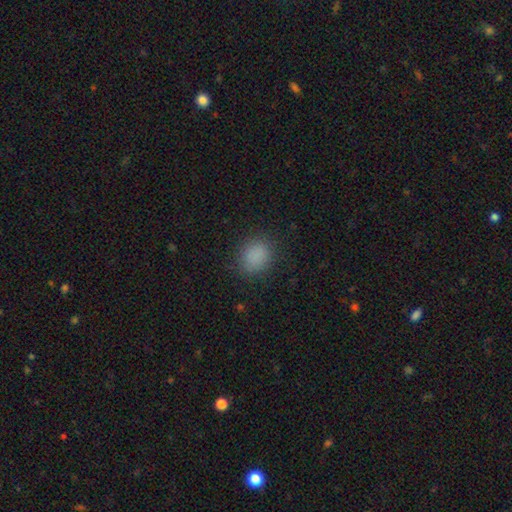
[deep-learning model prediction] Smooth or featured: smooth — 85% (star or artifact — 11%)
How rounded: round — 59% (in between — 40%)
Merging: none — 84% (minor disturbance — 11%)